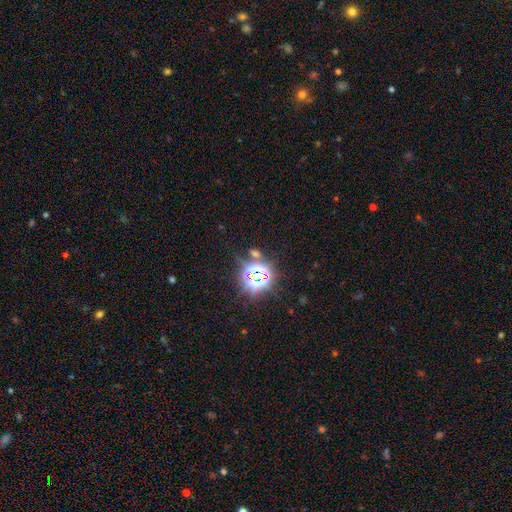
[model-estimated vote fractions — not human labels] A star or artifact, not a galaxy (79%).